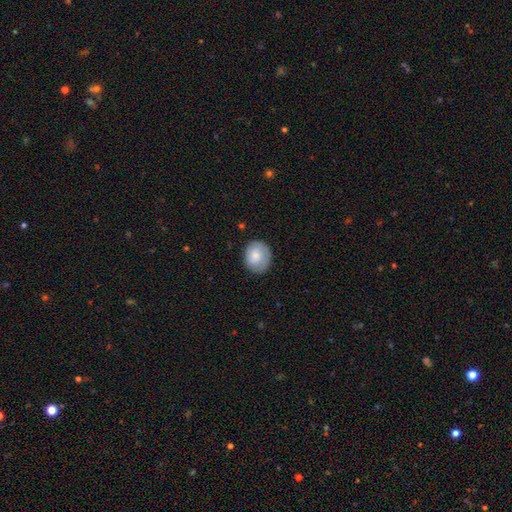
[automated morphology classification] Q: Smooth or featured?
A: smooth (74%); runner-up: featured or disk (19%)
Q: How rounded?
A: round (60%); runner-up: in between (39%)
Q: Merging?
A: none (75%); runner-up: minor disturbance (20%)